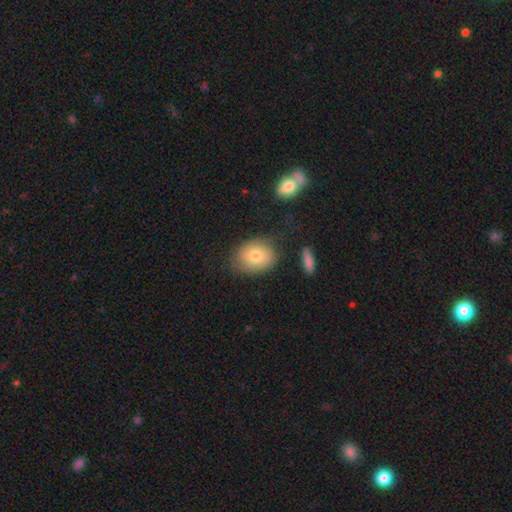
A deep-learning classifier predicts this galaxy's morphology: The model was most divided on "how rounded": in between: 53%, round: 46%, cigar-shaped: 1%. More confident: smooth or featured — smooth (76%); merging — none (74%).